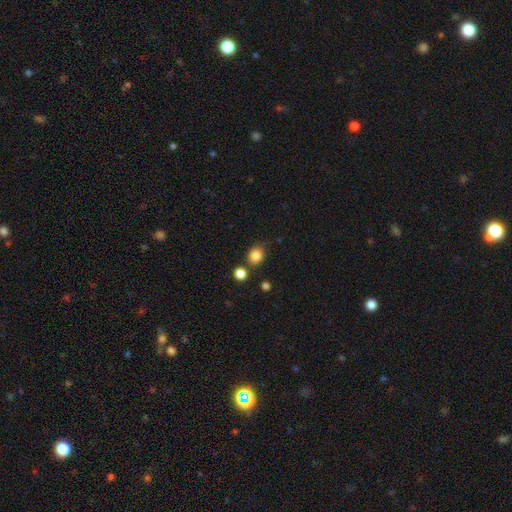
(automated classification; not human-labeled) This appears to be a smooth galaxy with no disk features (84%) that is round (70%). Merging: none (73%).